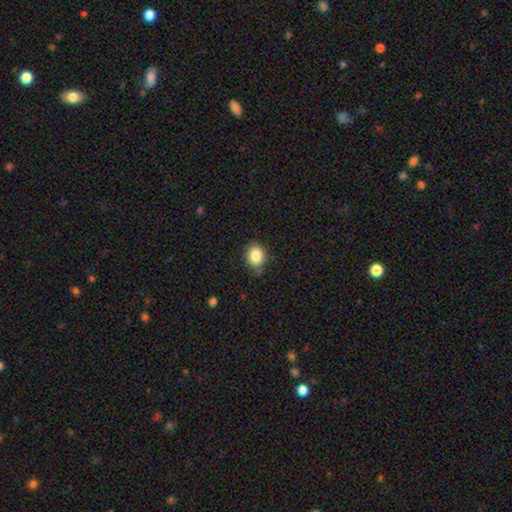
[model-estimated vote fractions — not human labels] Smooth or featured? Predicted: smooth (p=0.85). How rounded? Predicted: round (p=0.59). Merging? Predicted: none (p=0.78).